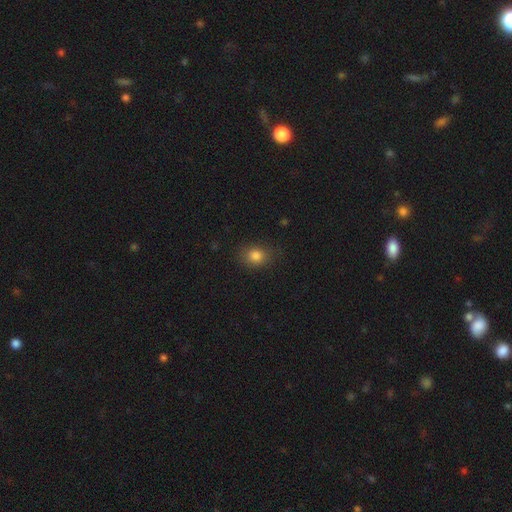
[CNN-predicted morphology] This is clearly a smooth galaxy (82%). How rounded: possibly in between (56%). Merging: clearly none (82%).